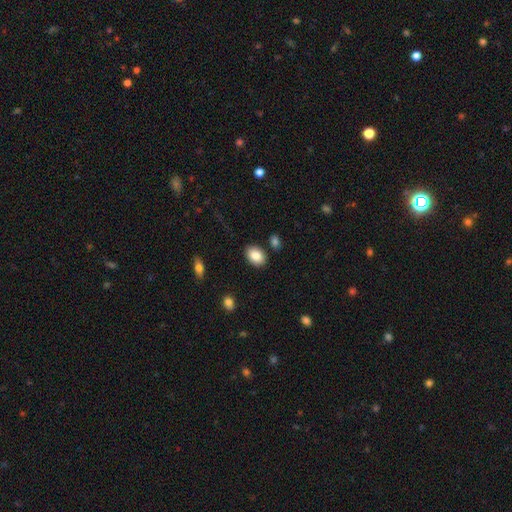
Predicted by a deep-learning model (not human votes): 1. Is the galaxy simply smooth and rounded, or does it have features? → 86% smooth, 7% featured or disk, 7% star or artifact.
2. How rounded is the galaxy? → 83% in between, 16% round, 1% cigar-shaped.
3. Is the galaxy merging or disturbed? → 86% none, 9% minor disturbance, 3% merger, 2% major disturbance.